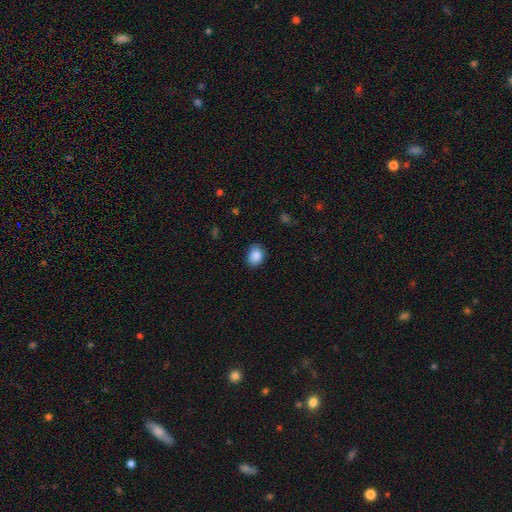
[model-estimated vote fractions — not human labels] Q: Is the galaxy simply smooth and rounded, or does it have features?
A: smooth — 88%.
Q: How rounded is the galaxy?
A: in between — 57%.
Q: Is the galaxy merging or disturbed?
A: none — 81%.